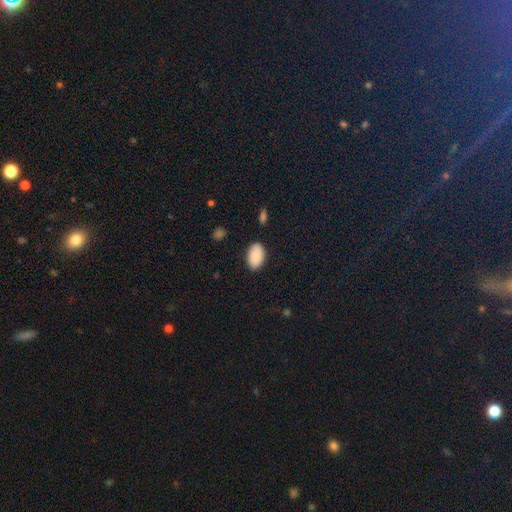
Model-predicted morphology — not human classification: Overall: smooth (90%). How rounded: in between (94%). Merging: none (87%).